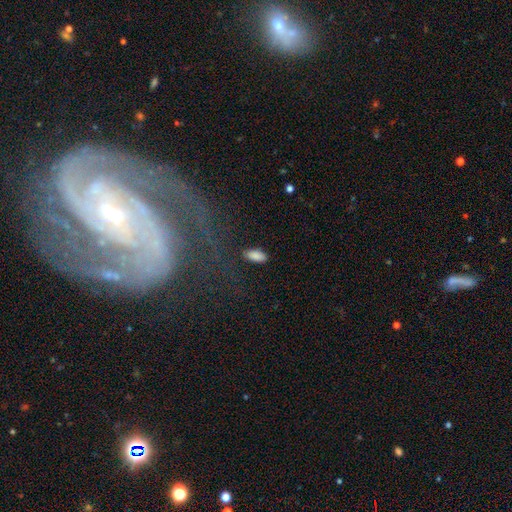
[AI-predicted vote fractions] This is clearly a smooth galaxy (87%). How rounded: clearly in between (88%). Merging: clearly none (84%).